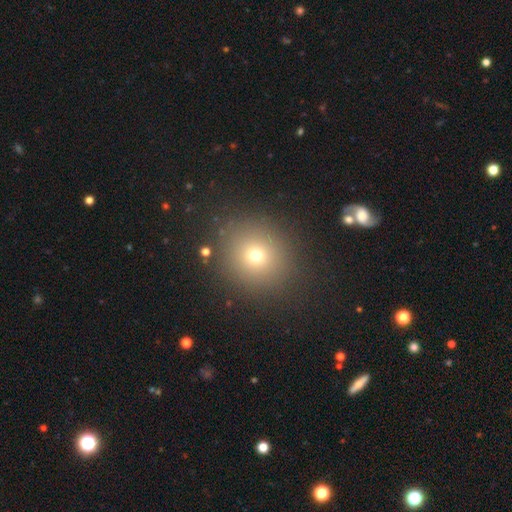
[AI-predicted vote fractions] A smooth galaxy with no disk features (70%) that is round (87%).

Vote fractions:
- Smooth or featured? smooth: 70% / star or artifact: 20% / featured or disk: 10%
- How rounded? round: 87% / in between: 12% / cigar-shaped: 1%
- Merging? none: 87% / minor disturbance: 7% / major disturbance: 3% / merger: 2%